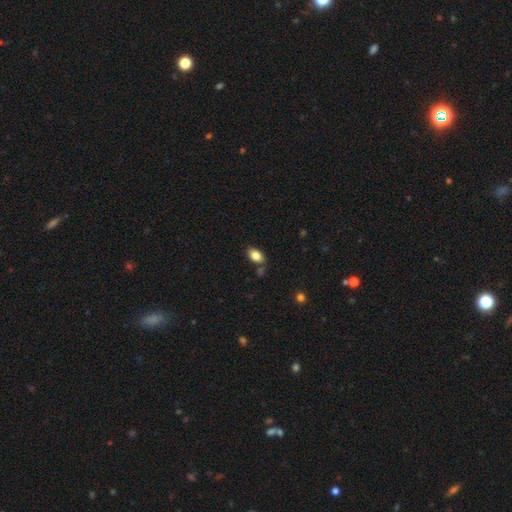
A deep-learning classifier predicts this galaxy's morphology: This is clearly a smooth galaxy (83%). How rounded: clearly in between (89%). Merging: likely none (78%).